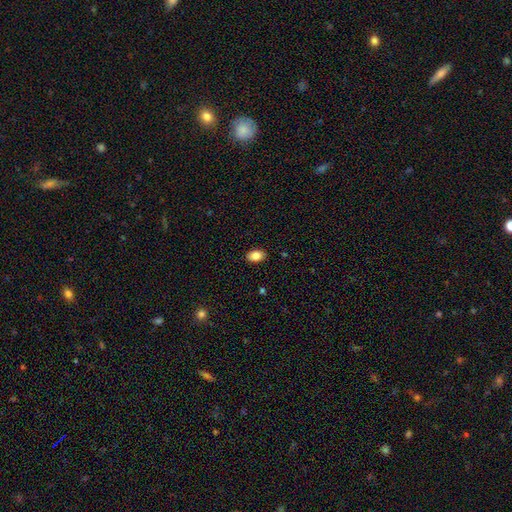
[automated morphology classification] A smooth galaxy with no disk features (86%) that is in between round and cigar-shaped (87%). Merging: none (89%).